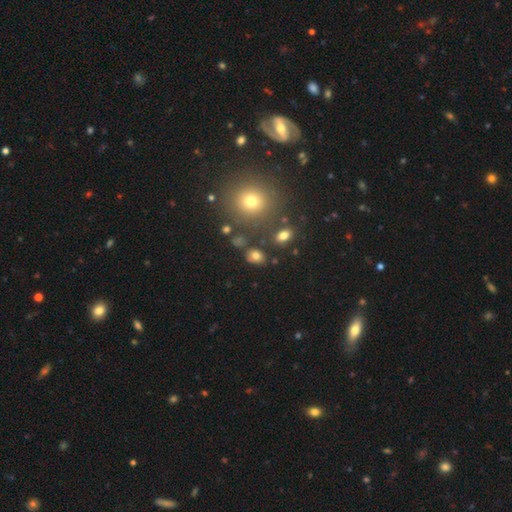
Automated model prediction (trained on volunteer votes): A smooth galaxy with no disk features (75%) that is in between round and cigar-shaped (60%).

Vote fractions:
- Smooth or featured? smooth: 75% / star or artifact: 15% / featured or disk: 10%
- How rounded? in between: 60% / round: 39% / cigar-shaped: 2%
- Merging? none: 77% / minor disturbance: 12% / merger: 7% / major disturbance: 5%